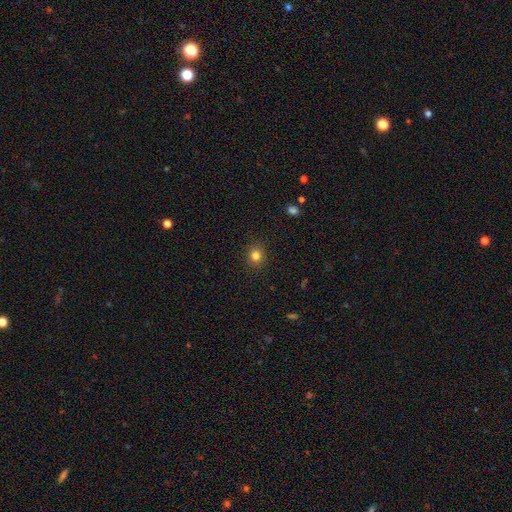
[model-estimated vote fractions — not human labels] The model was most divided on "how rounded": round: 78%, in between: 21%, cigar-shaped: 1%. More confident: merging — none (90%); smooth or featured — smooth (81%).